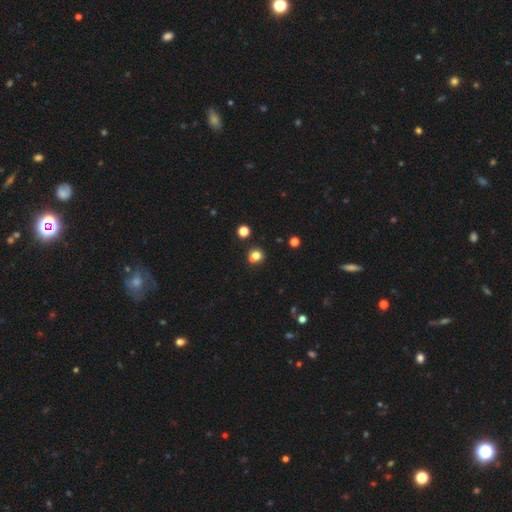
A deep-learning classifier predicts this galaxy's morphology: A smooth galaxy with no disk features (77%) that is round (77%). Merging: none (67%).